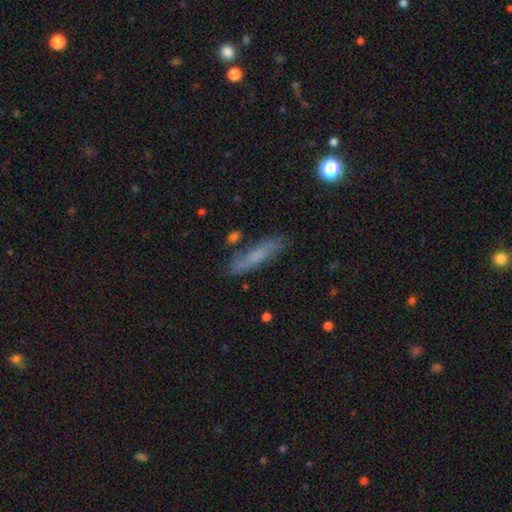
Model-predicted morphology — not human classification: A smooth galaxy with no disk features (57%) that is cigar-shaped (82%).

Vote fractions:
- Smooth or featured? smooth: 57% / featured or disk: 33% / star or artifact: 10%
- How rounded? cigar-shaped: 82% / in between: 15% / round: 3%
- Merging? none: 76% / minor disturbance: 16% / merger: 4% / major disturbance: 4%